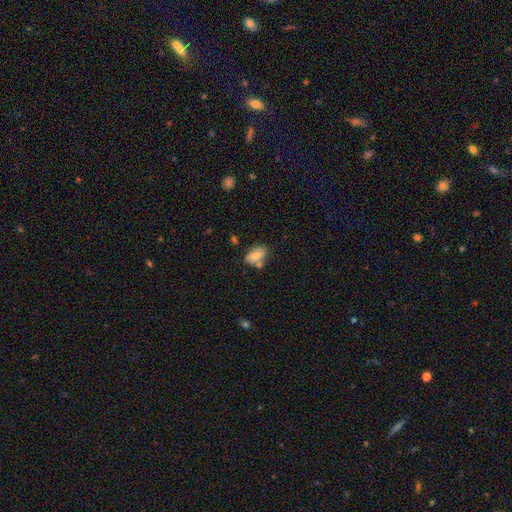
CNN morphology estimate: Q: Smooth or featured?
A: smooth (74%); runner-up: featured or disk (18%)
Q: How rounded?
A: in between (90%); runner-up: round (7%)
Q: Merging?
A: none (55%); runner-up: minor disturbance (21%)